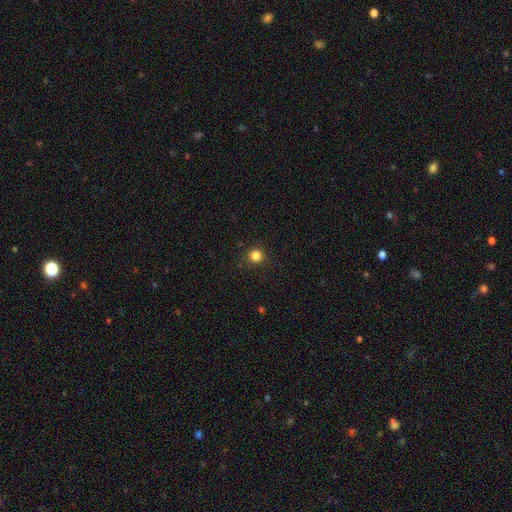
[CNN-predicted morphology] This is clearly a smooth galaxy (83%). How rounded: clearly round (94%). Merging: clearly none (91%).